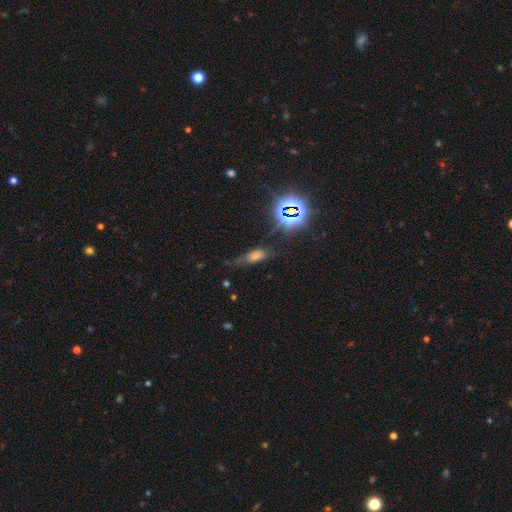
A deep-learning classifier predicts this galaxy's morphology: Smooth or featured? smooth (45%)
Merging? none (54%)